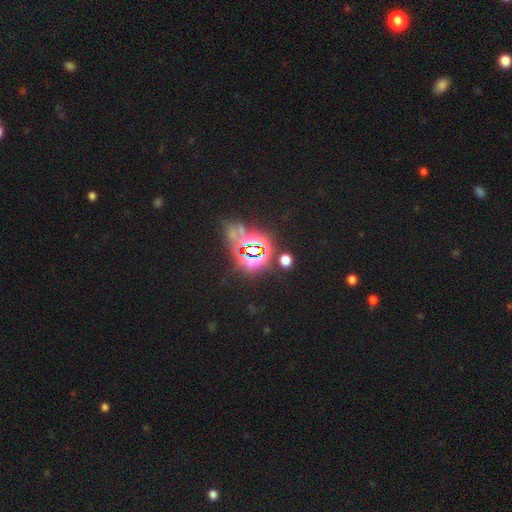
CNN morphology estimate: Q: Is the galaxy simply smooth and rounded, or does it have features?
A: star or artifact — 80%.